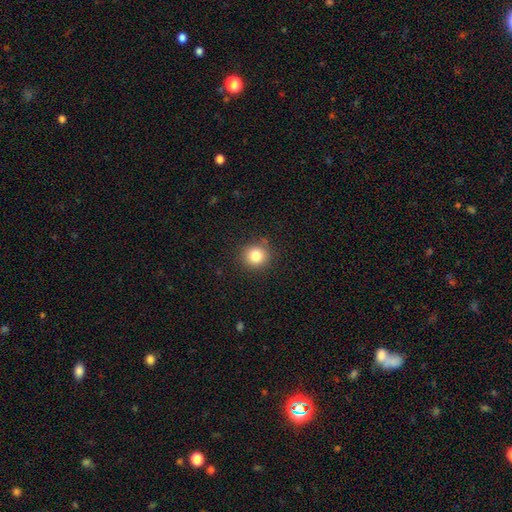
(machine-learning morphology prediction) Smooth or featured: smooth — 82% (star or artifact — 12%)
How rounded: round — 88% (in between — 11%)
Merging: none — 87% (minor disturbance — 9%)